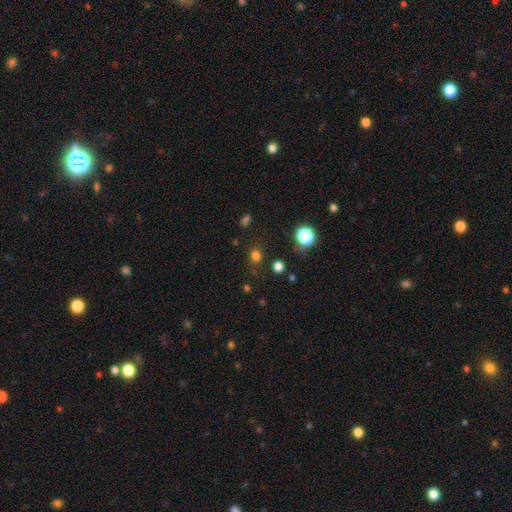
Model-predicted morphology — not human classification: Q: Smooth or featured?
A: smooth (74%); runner-up: star or artifact (21%)
Q: How rounded?
A: round (73%); runner-up: in between (25%)
Q: Merging?
A: none (79%); runner-up: minor disturbance (13%)